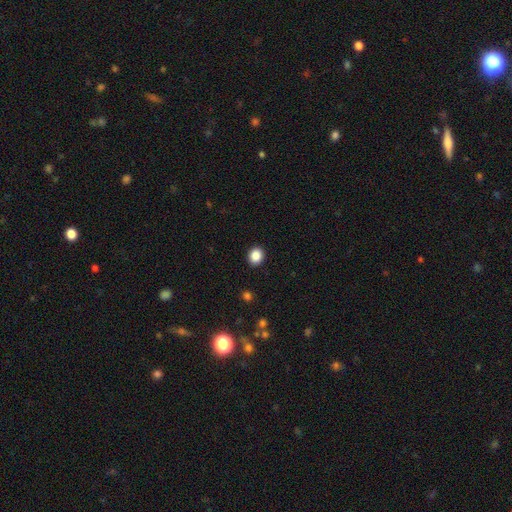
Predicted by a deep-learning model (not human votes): Smooth or featured? smooth (87%)
How rounded? round (70%)
Merging? none (91%)